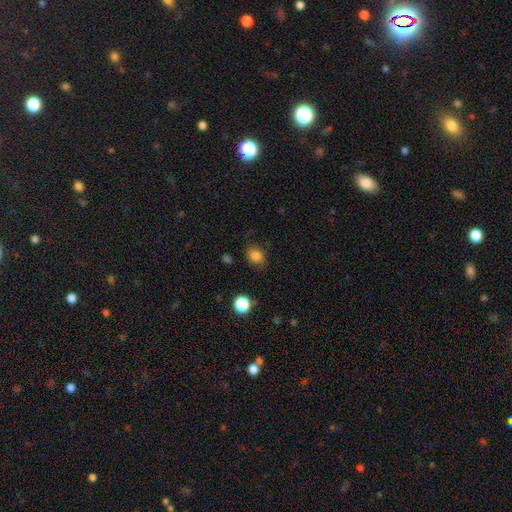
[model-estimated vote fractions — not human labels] This appears to be a smooth galaxy with no disk features (83%) that is round (60%). Merging: none (82%).